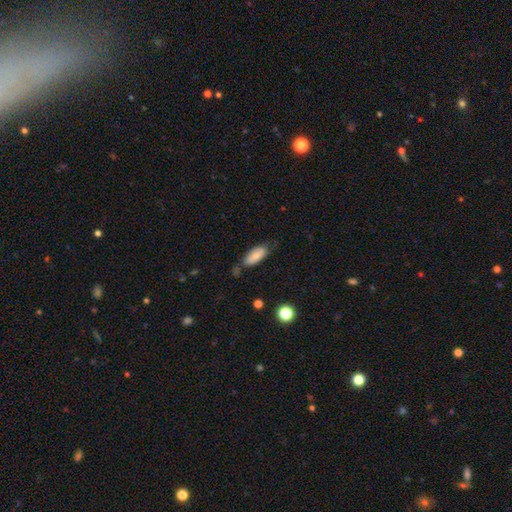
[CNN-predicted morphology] Smooth or featured?
  - smooth: 79% *
  - featured or disk: 14%
  - star or artifact: 7%
How rounded?
  - in between: 80% *
  - cigar-shaped: 18%
  - round: 2%
Merging?
  - none: 63% *
  - minor disturbance: 27%
  - major disturbance: 6%
  - merger: 5%